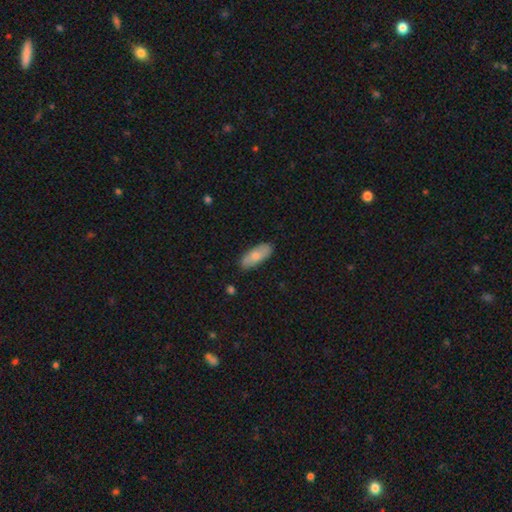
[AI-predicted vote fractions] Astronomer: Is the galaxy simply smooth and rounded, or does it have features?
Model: smooth — 74%.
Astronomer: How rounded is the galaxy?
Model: in between — 81%.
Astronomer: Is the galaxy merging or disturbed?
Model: none — 84%.